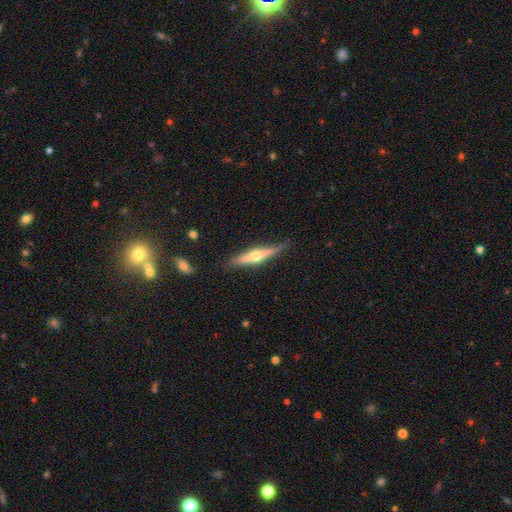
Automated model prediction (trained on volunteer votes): The model was most divided on "smooth or featured": featured or disk: 69%, smooth: 25%, star or artifact: 5%. More confident: edge-on disk — yes (97%); edge-on bulge — rounded (93%); merging — none (82%).